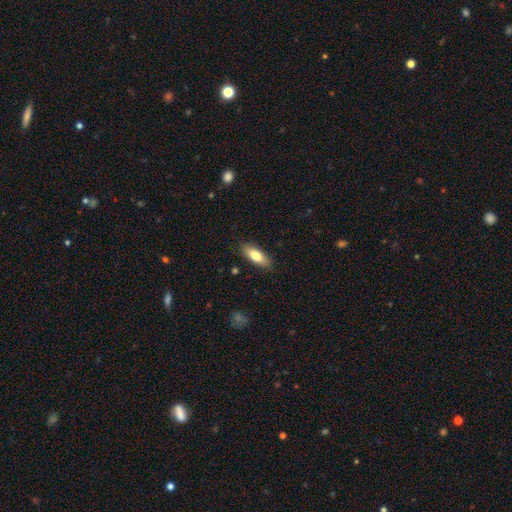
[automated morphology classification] type=smooth (80%); roundness=in between (72%); merging=none (86%).